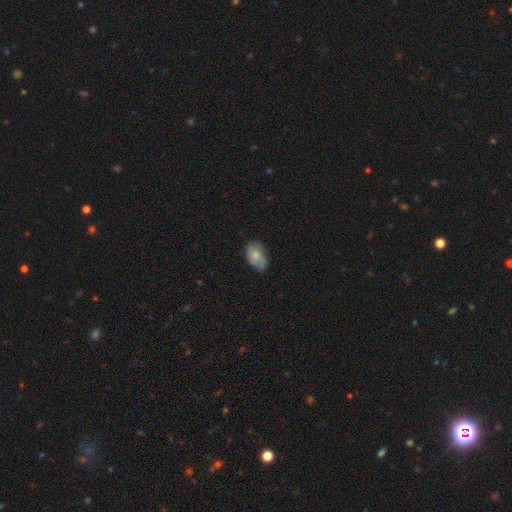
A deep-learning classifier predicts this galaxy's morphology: A smooth galaxy with no disk features (68%) that is in between round and cigar-shaped (88%).

Vote fractions:
- Smooth or featured? smooth: 68% / featured or disk: 25% / star or artifact: 7%
- How rounded? in between: 88% / round: 11% / cigar-shaped: 1%
- Merging? none: 61% / minor disturbance: 30% / major disturbance: 7% / merger: 2%